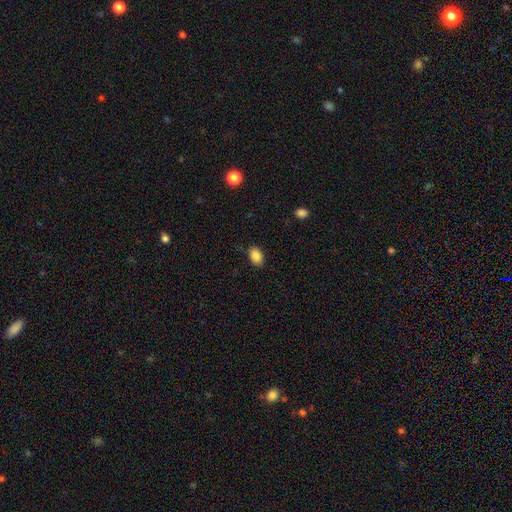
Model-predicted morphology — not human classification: type=smooth (87%); roundness=in between (87%); merging=none (86%).